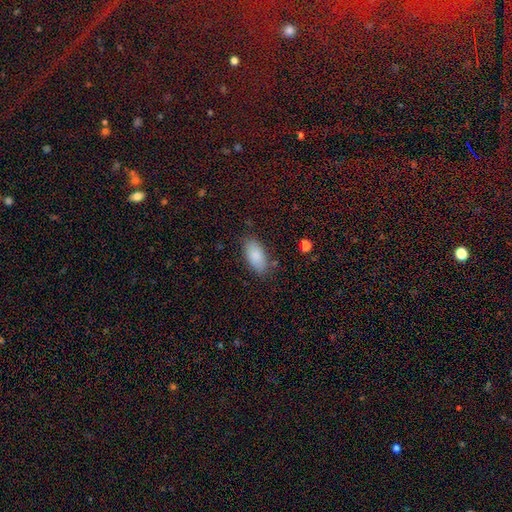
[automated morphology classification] A smooth galaxy with no disk features (86%) that is in between round and cigar-shaped (92%).

Vote fractions:
- Smooth or featured? smooth: 86% / featured or disk: 7% / star or artifact: 7%
- How rounded? in between: 92% / cigar-shaped: 6% / round: 3%
- Merging? none: 80% / minor disturbance: 15% / major disturbance: 4% / merger: 2%